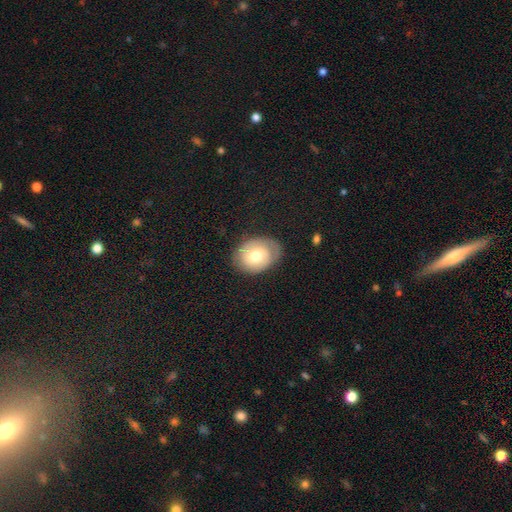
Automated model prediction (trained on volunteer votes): This appears to be a smooth galaxy with no disk features (54%) that is in between round and cigar-shaped (62%). Merging: none (70%).